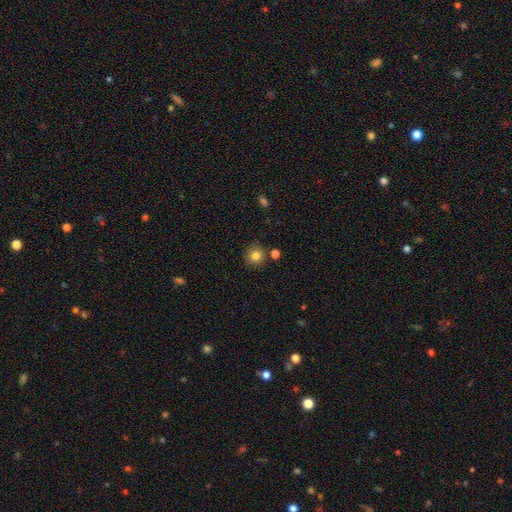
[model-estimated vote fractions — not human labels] smooth 82%, star or artifact 11%, featured or disk 7%. Down the decision tree: how rounded — round (91%); merging — none (83%).